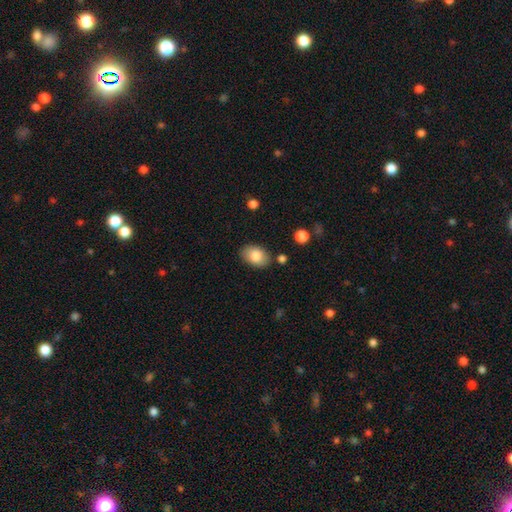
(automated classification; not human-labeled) Q: Smooth or featured?
A: smooth (85%); runner-up: featured or disk (8%)
Q: How rounded?
A: in between (86%); runner-up: round (13%)
Q: Merging?
A: none (83%); runner-up: minor disturbance (12%)